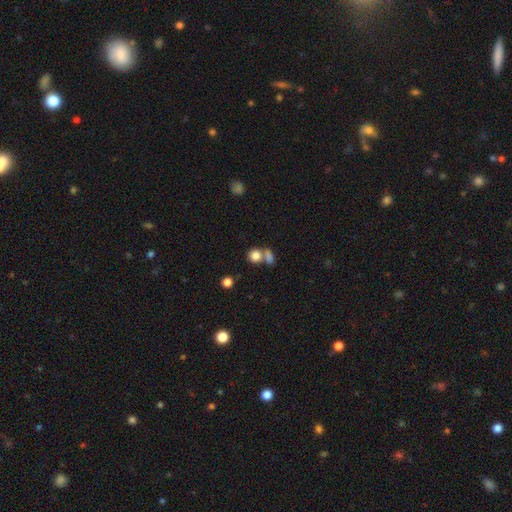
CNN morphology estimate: A smooth galaxy with no disk features (82%) that is round (77%).

Vote fractions:
- Smooth or featured? smooth: 82% / star or artifact: 11% / featured or disk: 8%
- How rounded? round: 77% / in between: 21% / cigar-shaped: 2%
- Merging? none: 48% / merger: 40% / minor disturbance: 8% / major disturbance: 4%